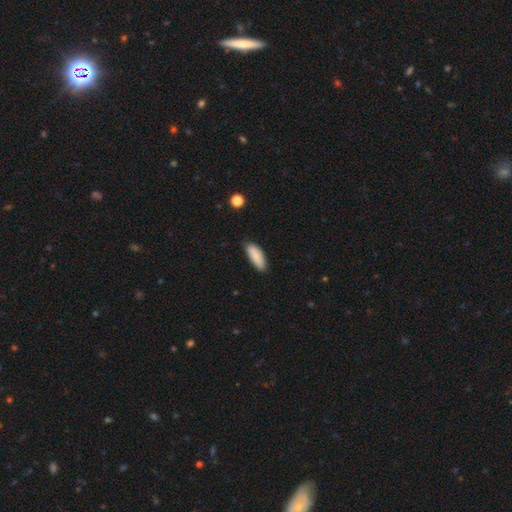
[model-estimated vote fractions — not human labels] This appears to be a smooth galaxy with no disk features (86%) that is in between round and cigar-shaped (72%). Merging: none (80%).